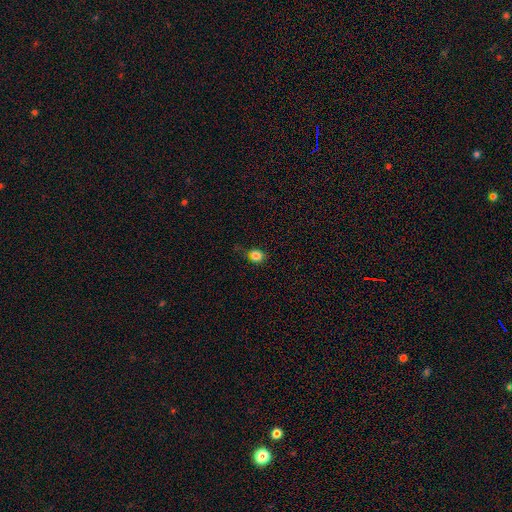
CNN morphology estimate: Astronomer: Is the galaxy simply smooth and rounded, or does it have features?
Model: smooth — 83%.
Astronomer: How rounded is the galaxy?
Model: round — 73%.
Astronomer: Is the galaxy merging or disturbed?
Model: none — 70%.